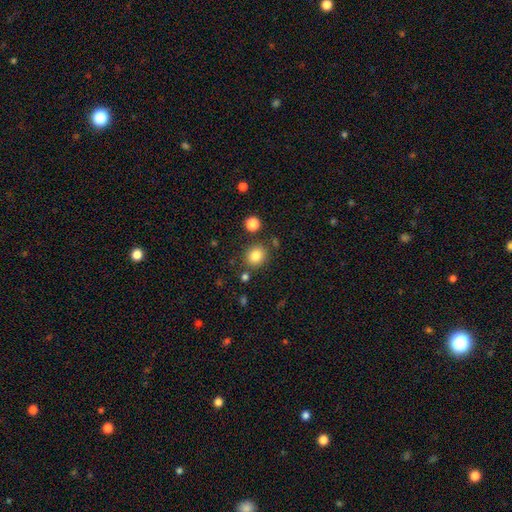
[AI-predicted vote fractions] smooth_or_featured: smooth (p=0.83) [alt: star or artifact p=0.11]
how_rounded: round (p=0.78) [alt: in between p=0.21]
merging: none (p=0.83) [alt: minor disturbance p=0.09]